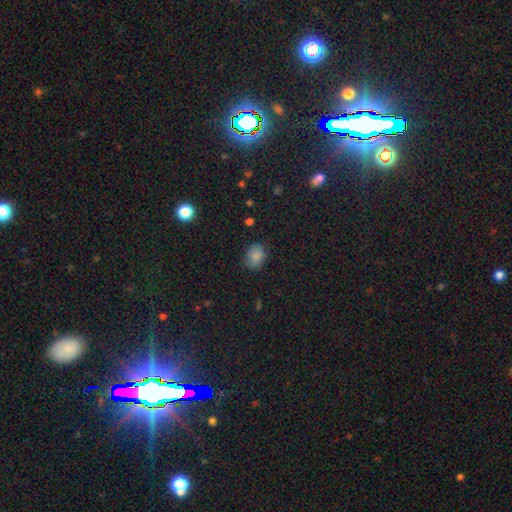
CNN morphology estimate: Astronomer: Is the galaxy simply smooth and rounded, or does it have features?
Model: smooth — 84%.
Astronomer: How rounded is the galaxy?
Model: in between — 58% (runner-up: round, 41%).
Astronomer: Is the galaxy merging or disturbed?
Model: none — 78%.